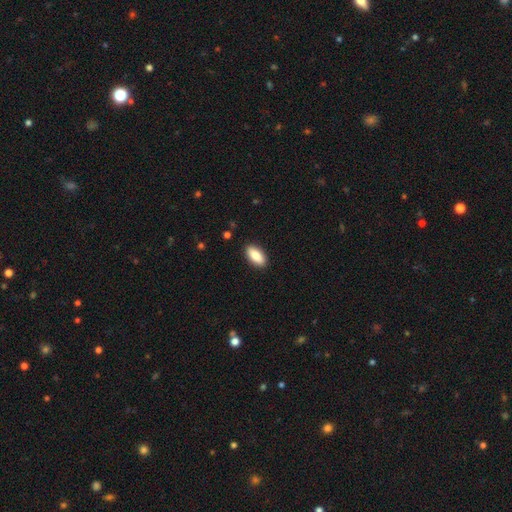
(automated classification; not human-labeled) smooth 85%, featured or disk 9%, star or artifact 6%. Down the decision tree: how rounded — in between (89%); merging — none (90%).